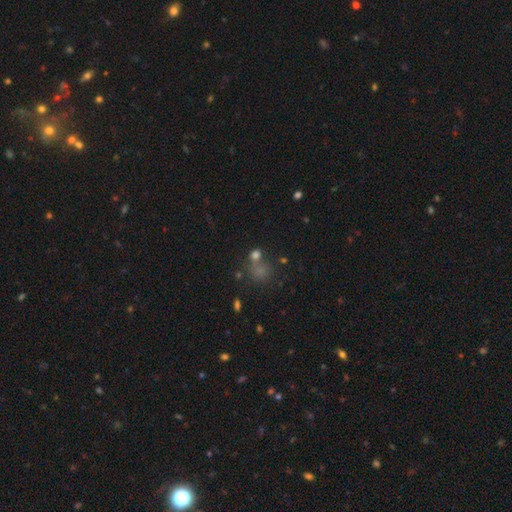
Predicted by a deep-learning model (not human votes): Smooth or featured: smooth — 67% (star or artifact — 22%)
How rounded: round — 66% (in between — 33%)
Merging: none — 47% (merger — 27%)